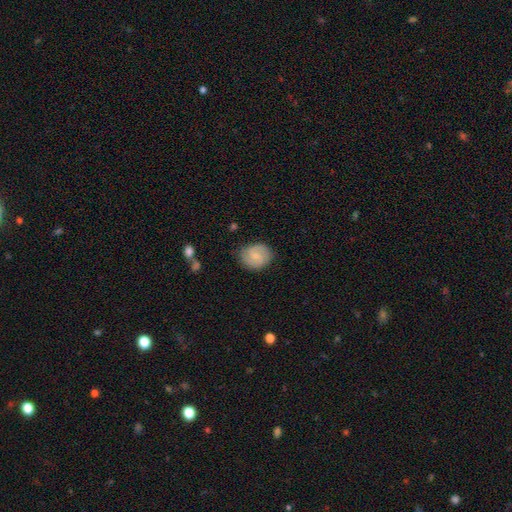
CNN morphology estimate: Smooth or featured? featured or disk (54%)
Edge-on disk? no (98%)
Bar? weak (51%)
Spiral arms? yes (91%)
Bulge size? small (55%)
Merging? none (78%)